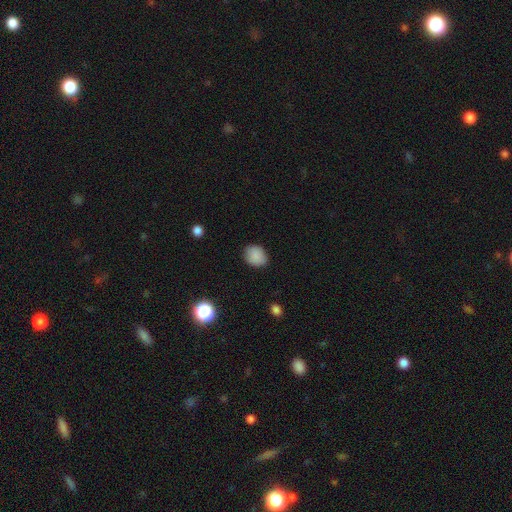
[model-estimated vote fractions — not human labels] Smooth or featured: smooth — 86% (star or artifact — 9%)
How rounded: round — 53% (in between — 46%)
Merging: none — 84% (minor disturbance — 13%)